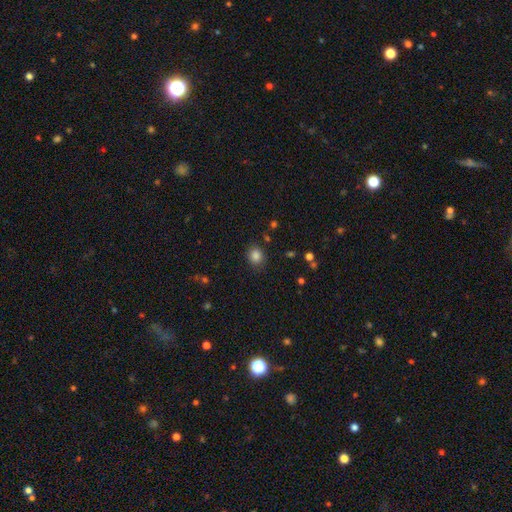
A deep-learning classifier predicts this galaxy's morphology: smooth 84%, star or artifact 11%, featured or disk 5%. Down the decision tree: how rounded — round (65%); merging — none (84%).